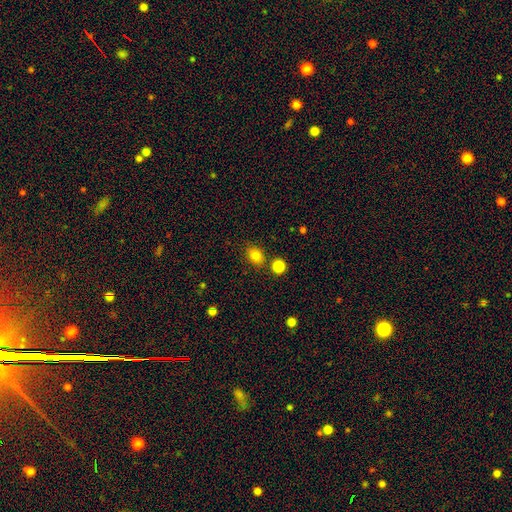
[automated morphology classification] Overall: smooth (82%). How rounded: in between (54%; round 45%). Merging: none (79%).